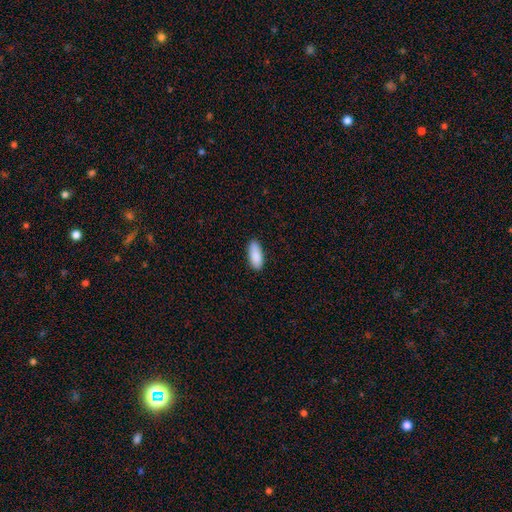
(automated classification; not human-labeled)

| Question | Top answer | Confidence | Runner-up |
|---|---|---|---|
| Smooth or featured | smooth | 90% | star or artifact (6%) |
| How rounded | in between | 80% | cigar-shaped (19%) |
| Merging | none | 87% | minor disturbance (10%) |